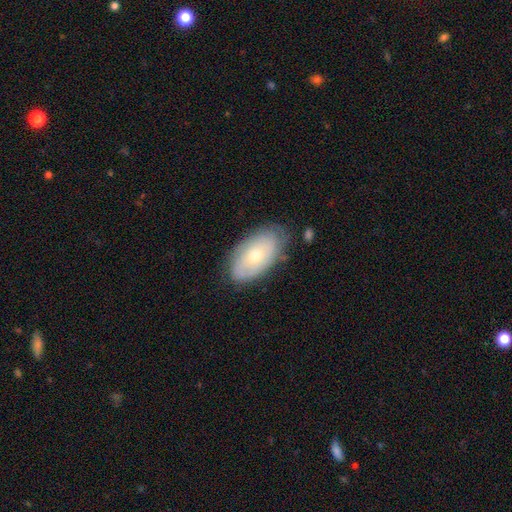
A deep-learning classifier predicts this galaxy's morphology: A smooth galaxy with no disk features (49%). Merging: none (73%).